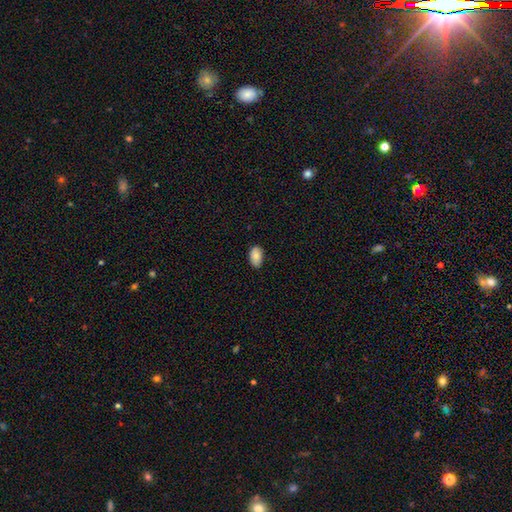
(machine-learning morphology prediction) A smooth galaxy with no disk features (87%) that is in between round and cigar-shaped (93%). Merging: none (84%).